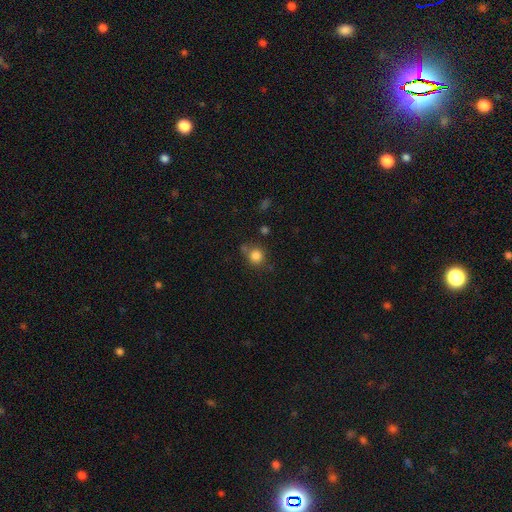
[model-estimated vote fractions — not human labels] A smooth galaxy with no disk features (83%) that is round (88%).

Vote fractions:
- Smooth or featured? smooth: 83% / star or artifact: 11% / featured or disk: 6%
- How rounded? round: 88% / in between: 11% / cigar-shaped: 1%
- Merging? none: 69% / minor disturbance: 15% / merger: 11% / major disturbance: 5%